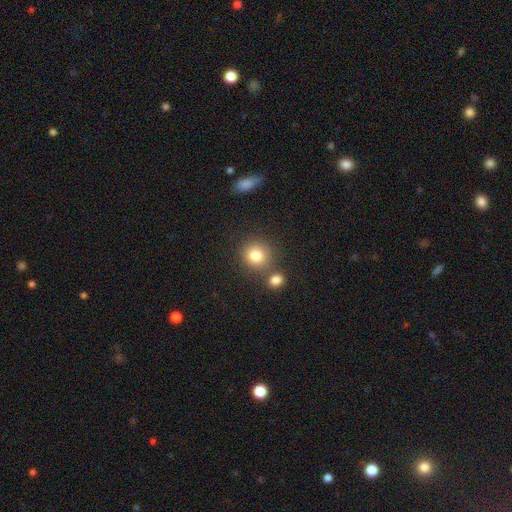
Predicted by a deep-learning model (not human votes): smooth_or_featured: smooth (p=0.82) [alt: star or artifact p=0.11]
how_rounded: round (p=0.89) [alt: in between p=0.10]
merging: none (p=0.72) [alt: merger p=0.16]